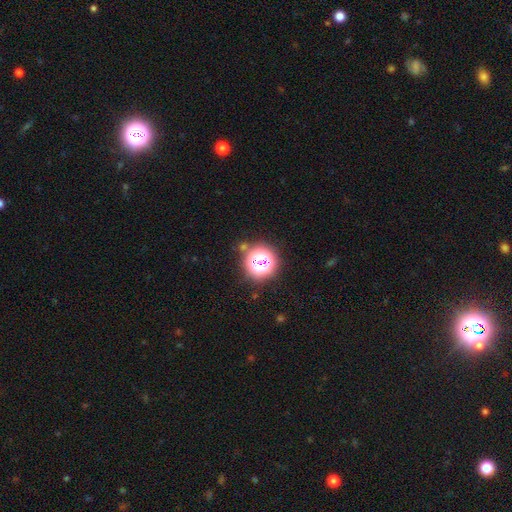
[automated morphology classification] type=star or artifact (74%).